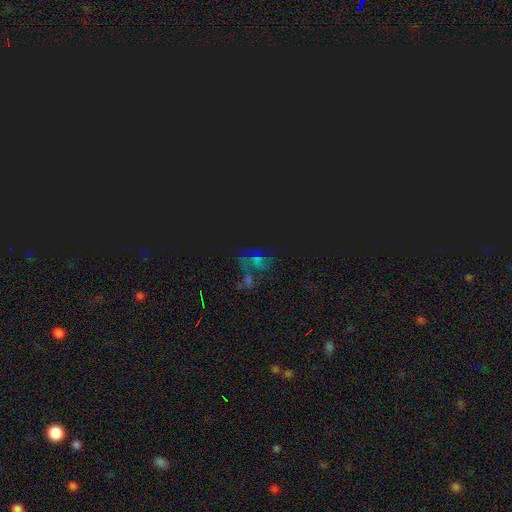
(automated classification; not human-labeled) Morphology: type=star or artifact (57%).